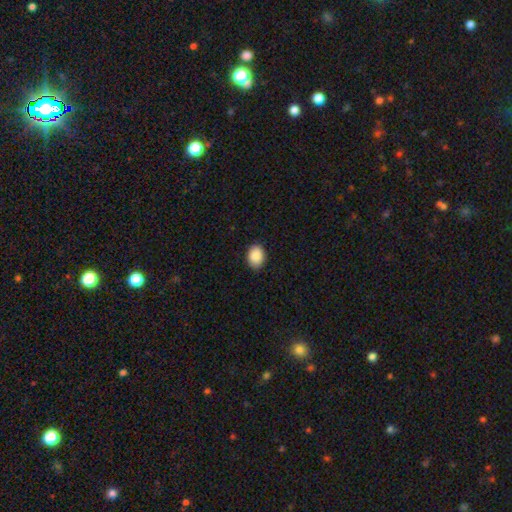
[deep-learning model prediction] Smooth or featured?
  - smooth: 90% *
  - star or artifact: 7%
  - featured or disk: 3%
How rounded?
  - in between: 72% *
  - round: 27%
  - cigar-shaped: 1%
Merging?
  - none: 87% *
  - minor disturbance: 10%
  - major disturbance: 2%
  - merger: 1%